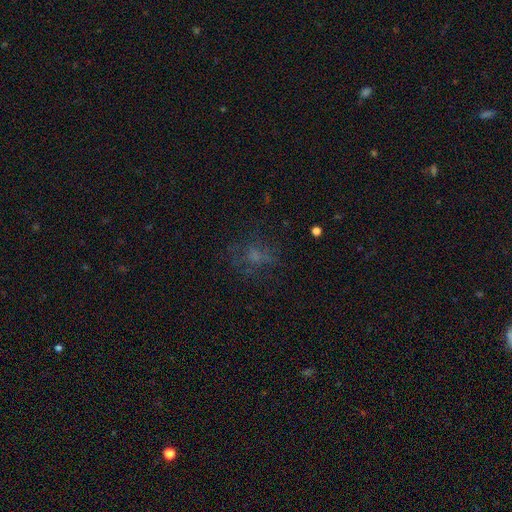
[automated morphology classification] The model was most divided on "smooth or featured": smooth: 44%, featured or disk: 29%, star or artifact: 27%. More confident: merging — none (58%).